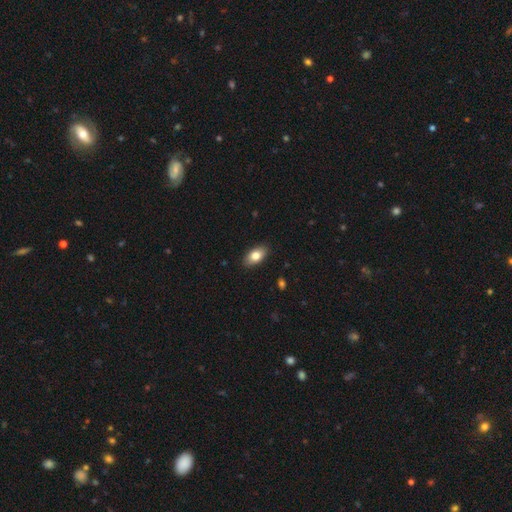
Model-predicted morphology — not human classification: Smooth or featured? Predicted: smooth (p=0.81). How rounded? Predicted: in between (p=0.92). Merging? Predicted: none (p=0.89).